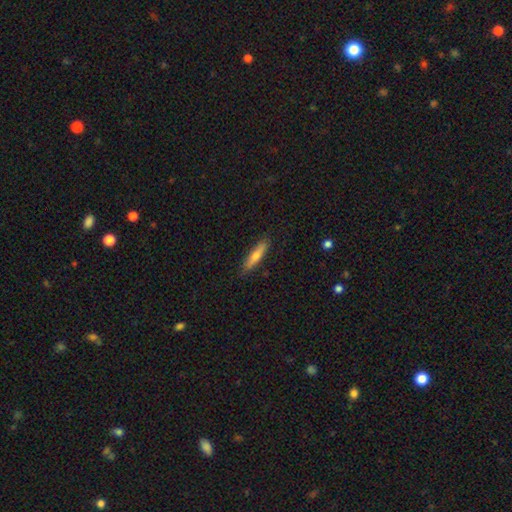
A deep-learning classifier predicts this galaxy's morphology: Smooth or featured? Predicted: smooth (p=0.68). How rounded? Predicted: cigar-shaped (p=0.82). Merging? Predicted: none (p=0.87).